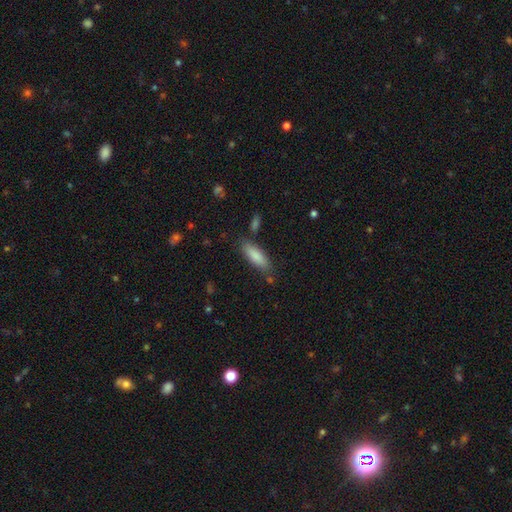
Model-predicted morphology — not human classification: Q: Smooth or featured?
A: smooth (85%); runner-up: featured or disk (9%)
Q: How rounded?
A: in between (53%); runner-up: cigar-shaped (45%)
Q: Merging?
A: none (78%); runner-up: minor disturbance (13%)